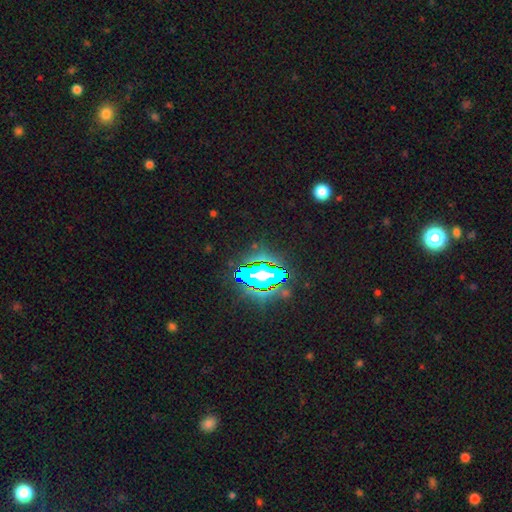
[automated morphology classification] star or artifact 82%, smooth 11%, featured or disk 7%.